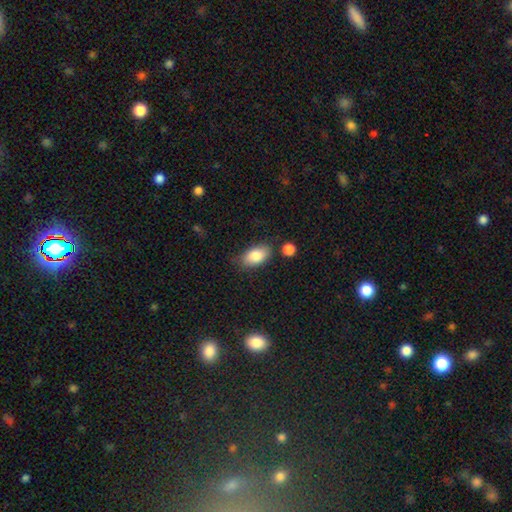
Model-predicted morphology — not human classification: A smooth galaxy with no disk features (85%) that is in between round and cigar-shaped (92%).

Vote fractions:
- Smooth or featured? smooth: 85% / featured or disk: 8% / star or artifact: 7%
- How rounded? in between: 92% / round: 6% / cigar-shaped: 3%
- Merging? none: 74% / minor disturbance: 17% / merger: 5% / major disturbance: 4%